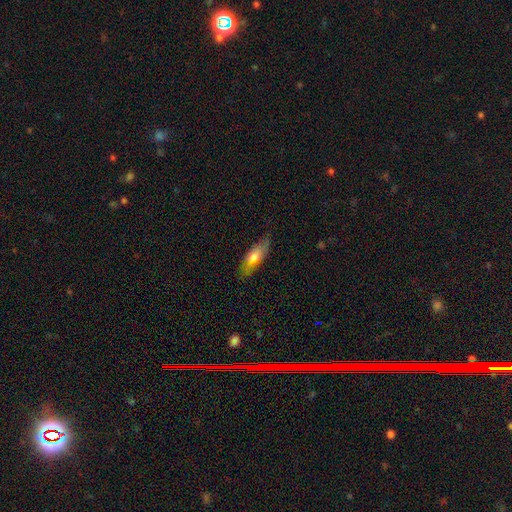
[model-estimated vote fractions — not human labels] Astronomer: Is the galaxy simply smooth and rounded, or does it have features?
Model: smooth — 60%.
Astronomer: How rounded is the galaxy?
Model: in between — 54% (runner-up: cigar-shaped, 44%).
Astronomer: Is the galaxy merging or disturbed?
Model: none — 75%.